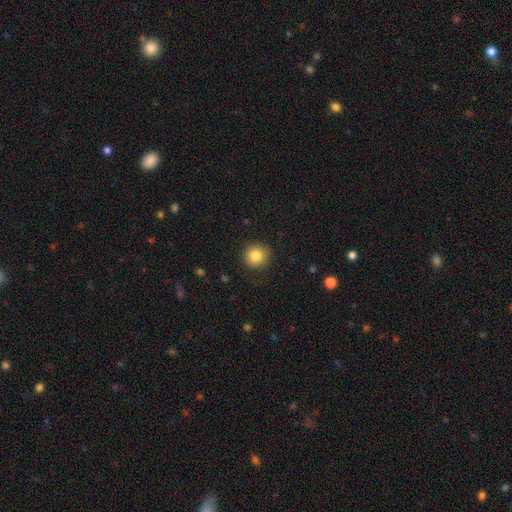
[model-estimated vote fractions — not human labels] Morphology: type=smooth (84%); roundness=round (93%); merging=none (89%).